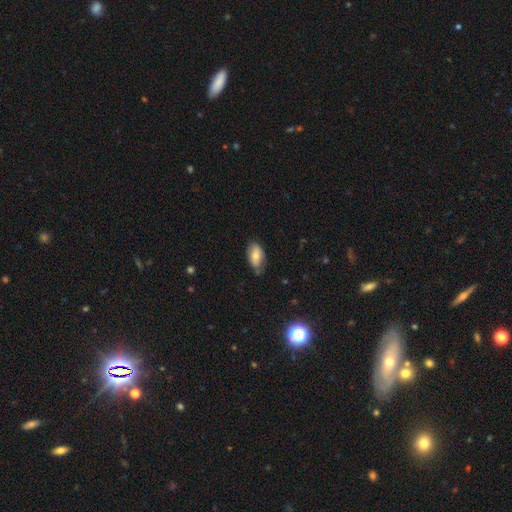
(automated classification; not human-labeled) Smooth or featured: smooth — 70% (featured or disk — 22%)
How rounded: in between — 93% (round — 5%)
Merging: none — 65% (minor disturbance — 28%)